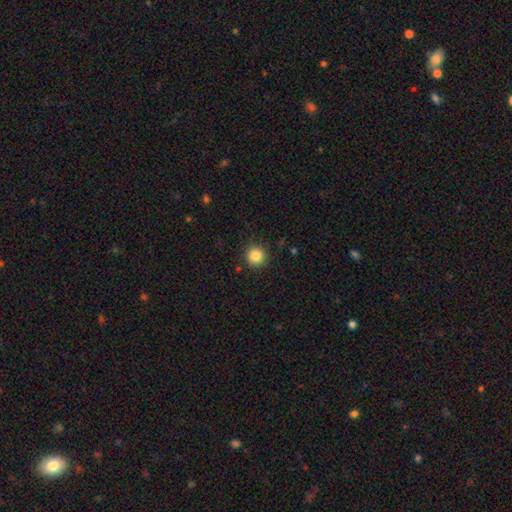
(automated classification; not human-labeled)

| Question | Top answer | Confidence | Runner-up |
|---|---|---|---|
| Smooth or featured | smooth | 85% | star or artifact (10%) |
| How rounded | round | 95% | in between (4%) |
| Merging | none | 90% | minor disturbance (7%) |